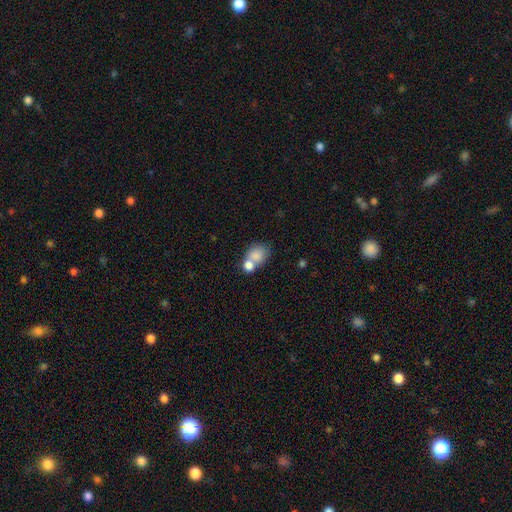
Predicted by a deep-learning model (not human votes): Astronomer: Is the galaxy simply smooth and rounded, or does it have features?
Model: smooth — 79%.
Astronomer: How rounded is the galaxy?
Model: in between — 55% (runner-up: round, 43%).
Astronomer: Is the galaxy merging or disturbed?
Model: merger — 52% (runner-up: none, 32%).